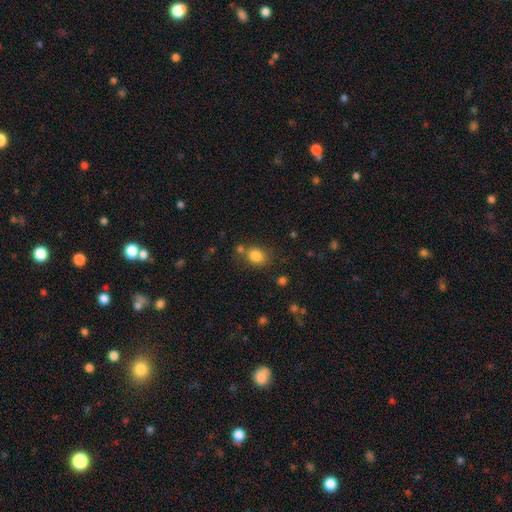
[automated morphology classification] A smooth galaxy with no disk features (82%) that is round (55%).

Vote fractions:
- Smooth or featured? smooth: 82% / star or artifact: 11% / featured or disk: 7%
- How rounded? round: 55% / in between: 44% / cigar-shaped: 1%
- Merging? none: 66% / merger: 15% / minor disturbance: 14% / major disturbance: 5%